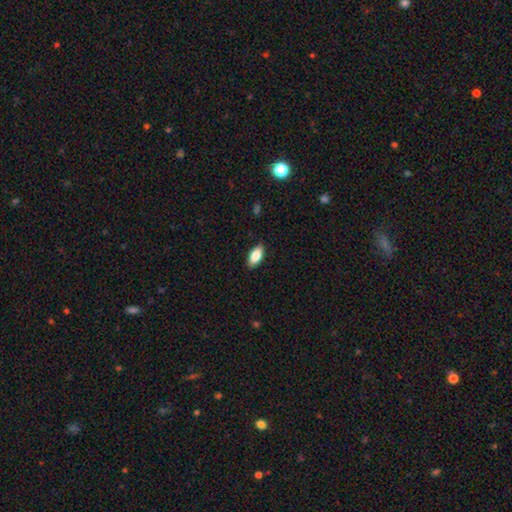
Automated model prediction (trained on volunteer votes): smooth-or-featured: smooth: 83% | featured or disk: 10% | star or artifact: 7%
  how-rounded: in between: 90% | cigar-shaped: 7% | round: 3%
  merging: none: 87% | minor disturbance: 10% | major disturbance: 2% | merger: 1%